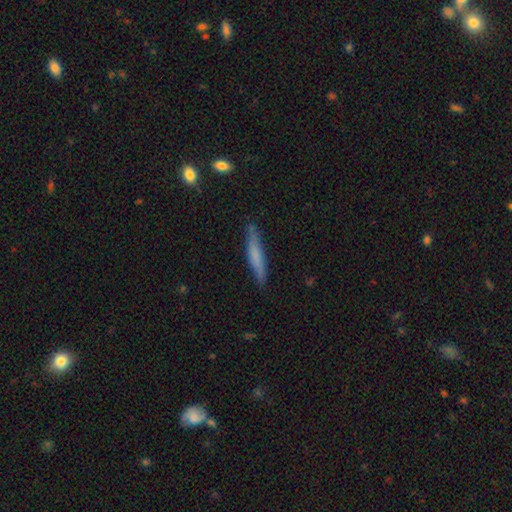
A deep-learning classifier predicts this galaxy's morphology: Overall: smooth (63%; featured or disk 31%). How rounded: cigar-shaped (93%). Merging: none (84%).